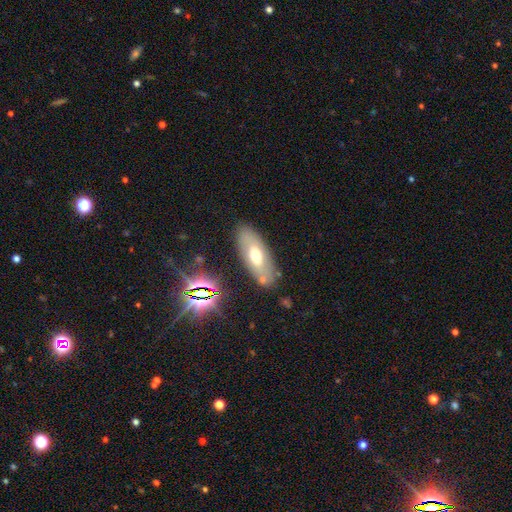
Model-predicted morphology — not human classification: Smooth or featured: smooth — 55% (featured or disk — 35%)
How rounded: in between — 80% (cigar-shaped — 17%)
Merging: none — 79% (minor disturbance — 12%)